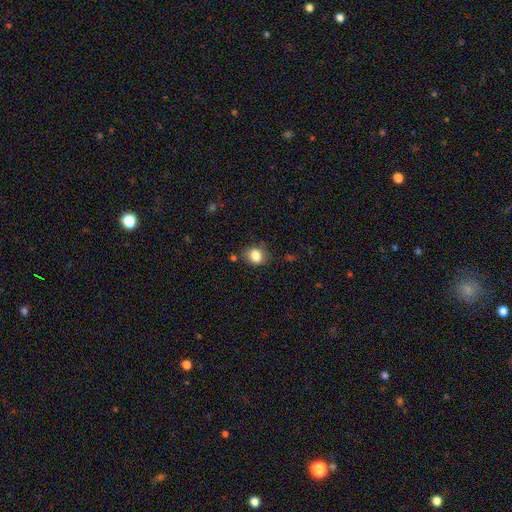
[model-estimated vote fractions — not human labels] Smooth or featured? smooth (83%)
How rounded? round (56%)
Merging? none (75%)